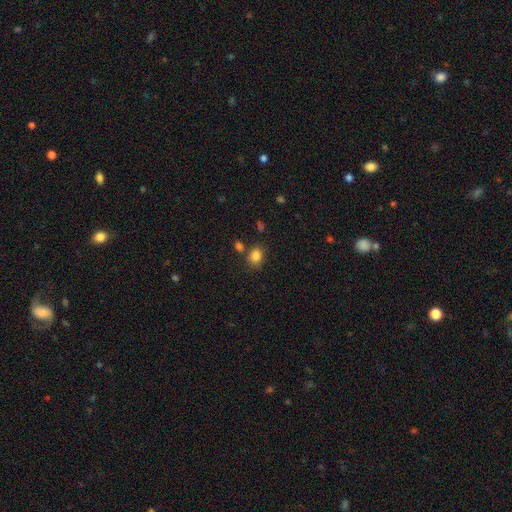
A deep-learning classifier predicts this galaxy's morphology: Smooth or featured? Predicted: smooth (p=0.84). How rounded? Predicted: round (p=0.50). Merging? Predicted: none (p=0.72).